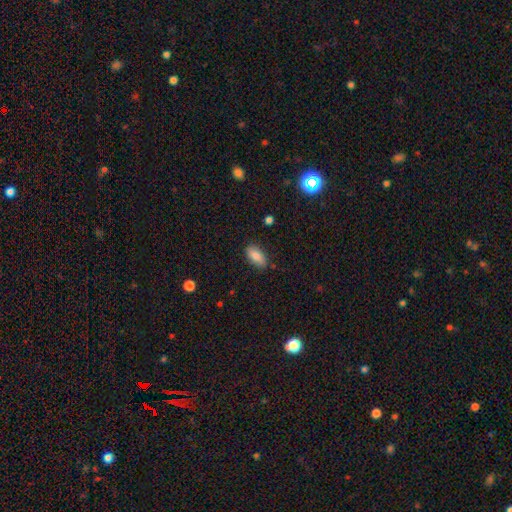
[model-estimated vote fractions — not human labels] Smooth or featured? smooth (83%)
How rounded? in between (91%)
Merging? none (81%)